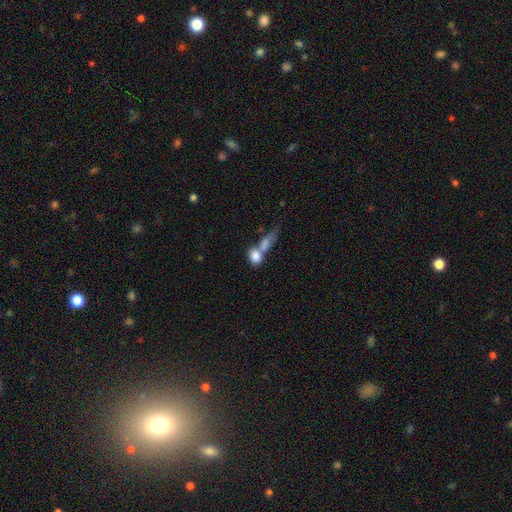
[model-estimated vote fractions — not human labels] A smooth galaxy with no disk features (80%) that is in between round and cigar-shaped (61%).

Vote fractions:
- Smooth or featured? smooth: 80% / featured or disk: 12% / star or artifact: 8%
- How rounded? in between: 61% / round: 35% / cigar-shaped: 5%
- Merging? merger: 63% / none: 21% / major disturbance: 8% / minor disturbance: 8%